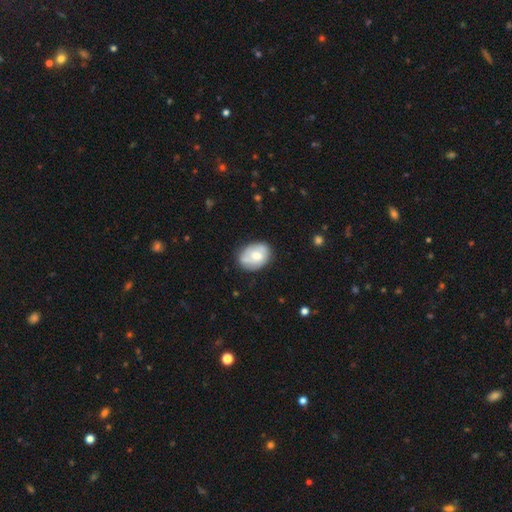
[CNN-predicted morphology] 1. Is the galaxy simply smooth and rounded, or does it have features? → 53% smooth, 41% featured or disk, 6% star or artifact.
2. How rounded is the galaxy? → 67% in between, 32% round, 1% cigar-shaped.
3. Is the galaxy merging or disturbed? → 69% none, 23% minor disturbance, 6% major disturbance, 2% merger.